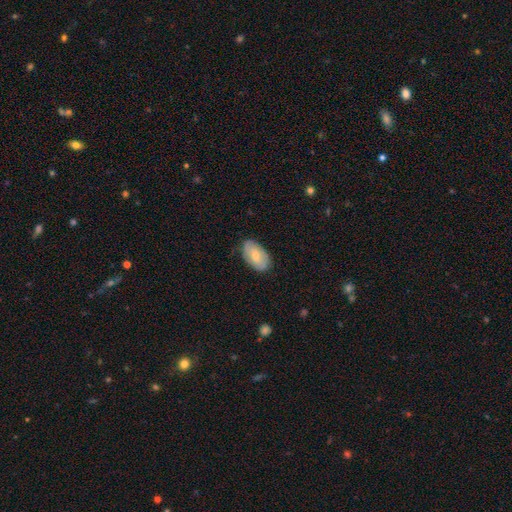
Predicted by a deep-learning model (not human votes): Smooth or featured? smooth (52%)
How rounded? in between (92%)
Merging? none (77%)